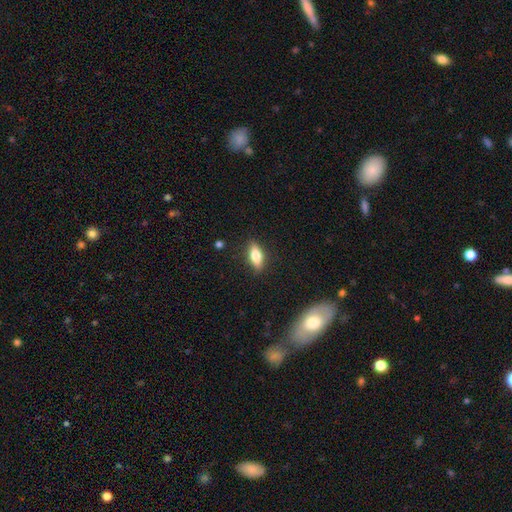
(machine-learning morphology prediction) smooth 70%, featured or disk 23%, star or artifact 8%. Down the decision tree: how rounded — in between (73%); merging — none (87%).